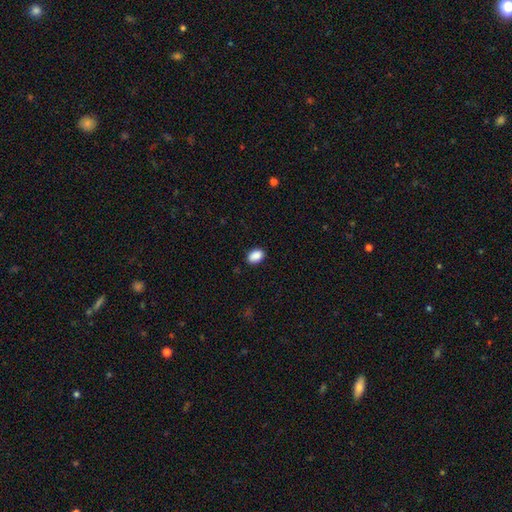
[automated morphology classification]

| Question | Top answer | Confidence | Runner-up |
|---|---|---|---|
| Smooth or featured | smooth | 89% | star or artifact (8%) |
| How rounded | in between | 85% | round (14%) |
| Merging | none | 87% | minor disturbance (10%) |